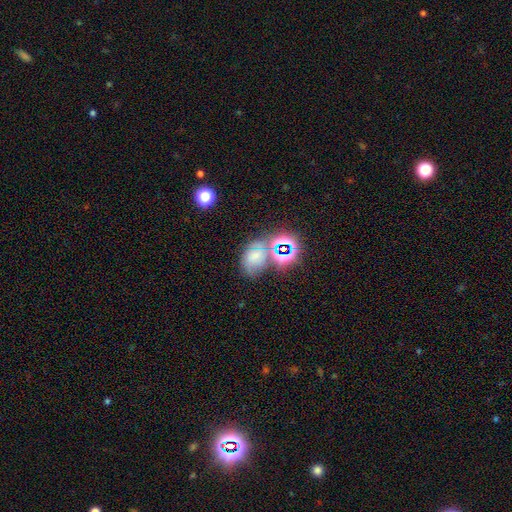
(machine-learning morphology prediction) The model was most divided on "smooth or featured": smooth: 45%, star or artifact: 34%, featured or disk: 21%. Remaining: merging — none (44%).